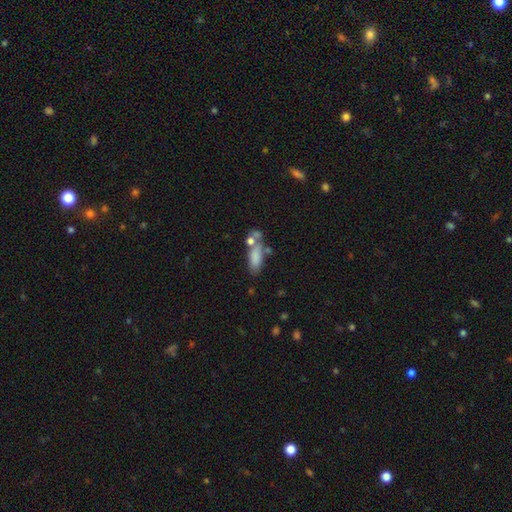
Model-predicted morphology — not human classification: Smooth or featured? Predicted: smooth (p=0.76). How rounded? Predicted: in between (p=0.70). Merging? Predicted: none (p=0.42).